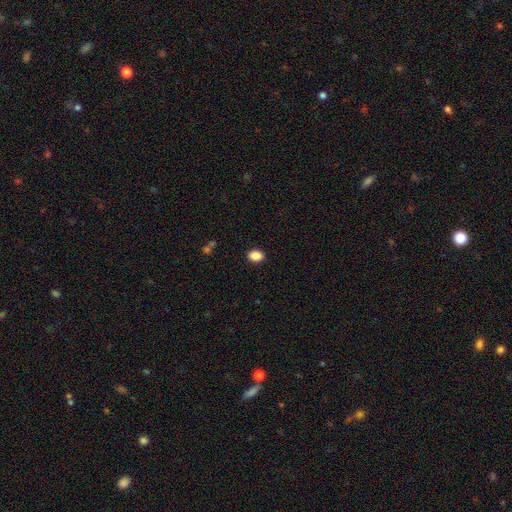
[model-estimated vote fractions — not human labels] Morphology: type=smooth (88%); roundness=in between (67%); merging=none (90%).